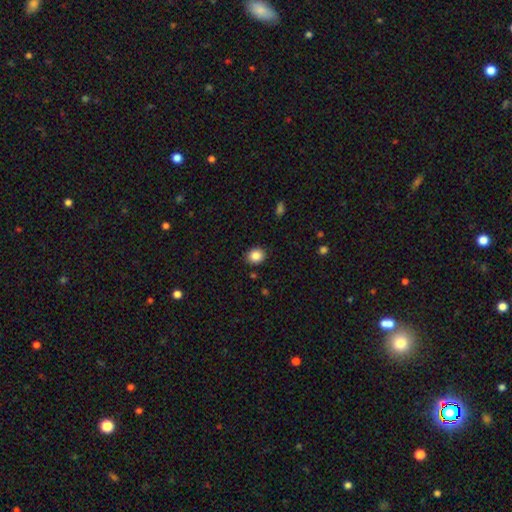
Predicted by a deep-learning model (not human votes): The model was most divided on "how rounded": round: 70%, in between: 30%, cigar-shaped: 1%. More confident: merging — none (89%); smooth or featured — smooth (86%).